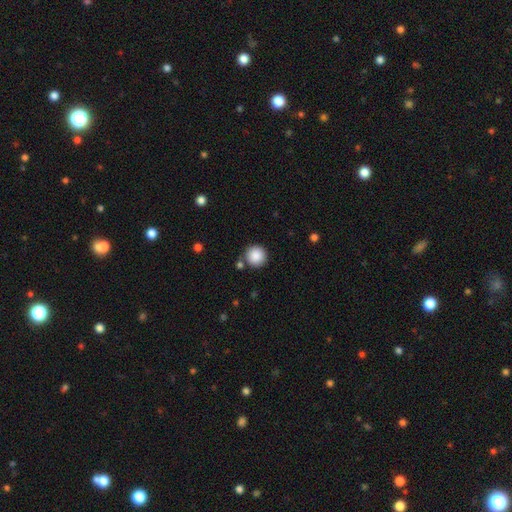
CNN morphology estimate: Overall: smooth (88%). How rounded: round (95%). Merging: none (84%).